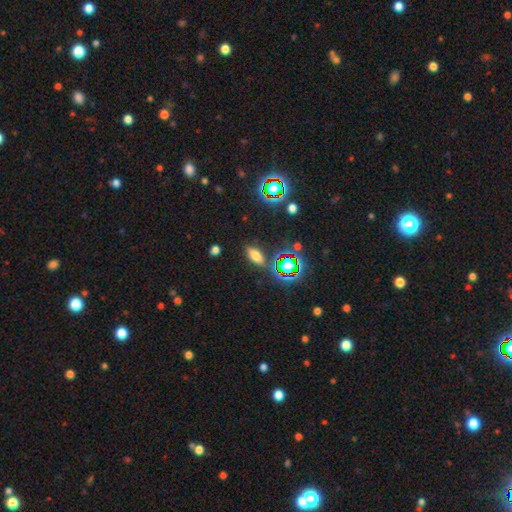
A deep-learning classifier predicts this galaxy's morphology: Overall: smooth (63%; star or artifact 24%). How rounded: in between (76%). Merging: none (81%).